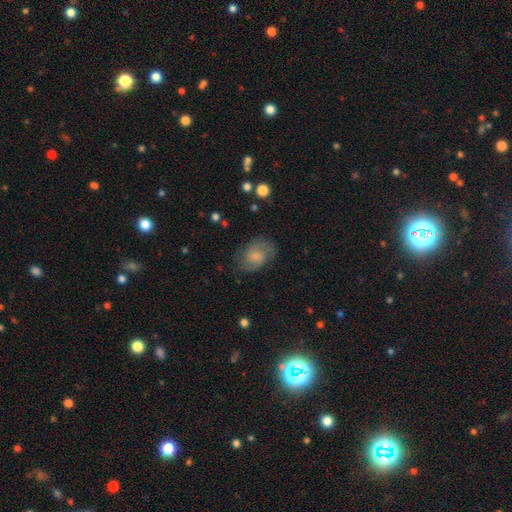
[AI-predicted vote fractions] smooth_or_featured: featured or disk (p=0.46) [alt: smooth p=0.45]
merging: none (p=0.69) [alt: minor disturbance p=0.20]